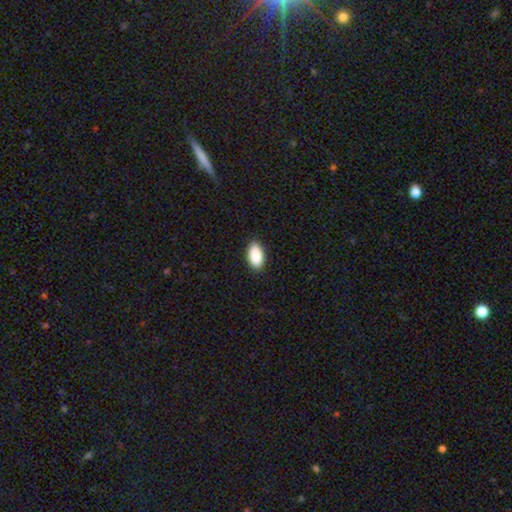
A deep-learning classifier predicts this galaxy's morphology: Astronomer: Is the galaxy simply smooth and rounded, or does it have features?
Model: smooth — 90%.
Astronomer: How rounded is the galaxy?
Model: in between — 93%.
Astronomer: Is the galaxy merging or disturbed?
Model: none — 88%.